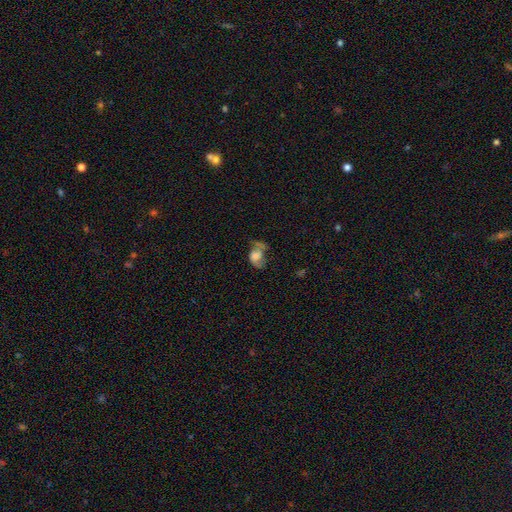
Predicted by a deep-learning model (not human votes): Smooth or featured: smooth — 47% (featured or disk — 41%)
Merging: major disturbance — 37% (none — 27%)